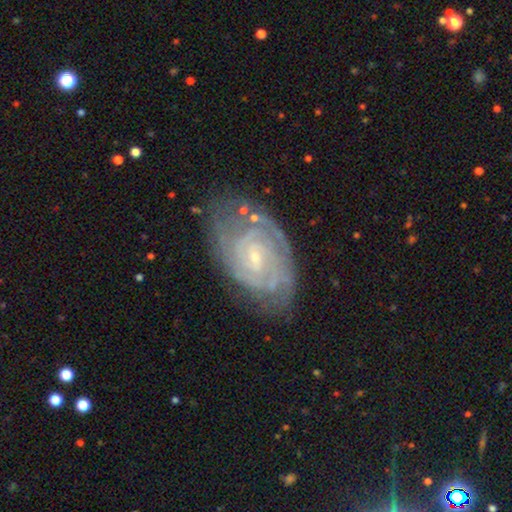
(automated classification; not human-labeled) A featured or disk galaxy (79%) with no bar (54%), tight (70%) spiral arms (92%) and a small central bulge (74%).

Vote fractions:
- Smooth or featured? featured or disk: 79% / smooth: 12% / star or artifact: 9%
- Edge-on disk? no: 95% / yes: 5%
- Bar? no: 54% / weak: 38% / strong: 8%
- Spiral arms? yes: 92% / no: 8%
- Spiral winding? tight: 70% / medium: 24% / loose: 6%
- Spiral arm count? can't tell: 39% / 2: 30% / 3: 13% / 4: 7% / 1: 5% / more than 4: 5%
- Bulge size? small: 74% / moderate: 19% / none: 4% / large: 1% / dominant: 1%
- Merging? none: 73% / minor disturbance: 18% / major disturbance: 6% / merger: 2%